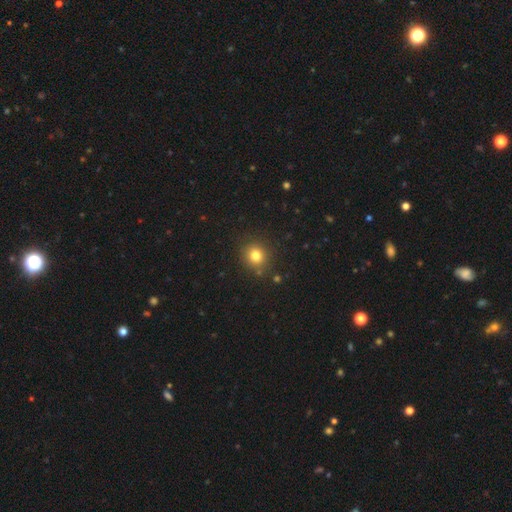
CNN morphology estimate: This is likely a smooth galaxy (79%). How rounded: clearly round (88%). Merging: clearly none (87%).